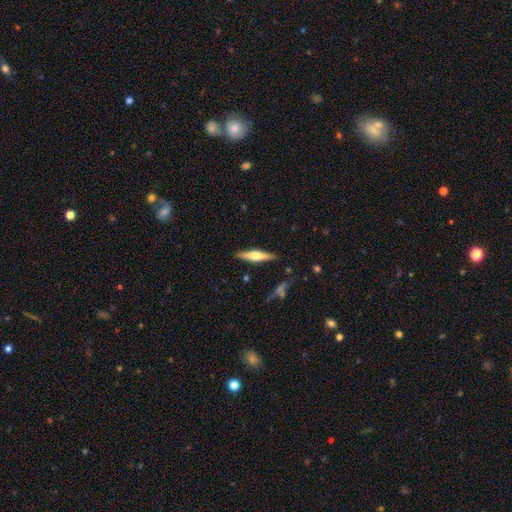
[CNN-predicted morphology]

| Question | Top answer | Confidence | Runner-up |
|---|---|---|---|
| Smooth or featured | featured or disk | 54% | smooth (40%) |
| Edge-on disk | yes | 95% | no (5%) |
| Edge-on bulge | rounded | 89% | boxy (7%) |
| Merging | none | 88% | minor disturbance (9%) |